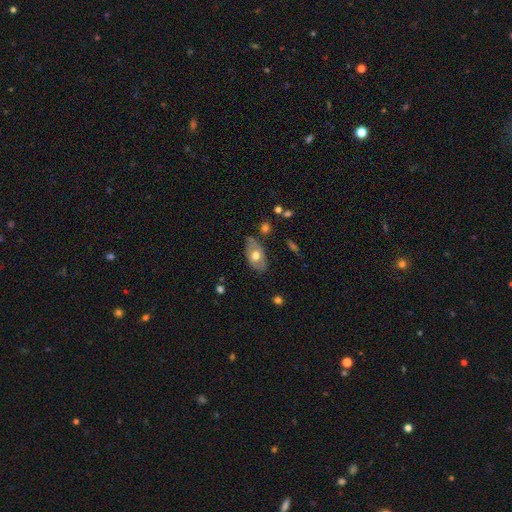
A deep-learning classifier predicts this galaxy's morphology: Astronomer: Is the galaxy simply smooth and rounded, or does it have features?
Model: smooth — 54% (runner-up: featured or disk, 40%).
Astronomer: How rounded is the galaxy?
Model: in between — 90%.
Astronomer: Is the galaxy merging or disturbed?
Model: none — 69%.